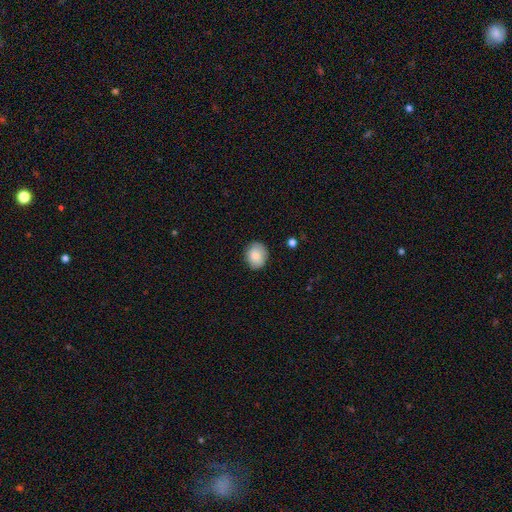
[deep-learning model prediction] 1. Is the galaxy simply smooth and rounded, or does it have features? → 84% smooth, 8% featured or disk, 7% star or artifact.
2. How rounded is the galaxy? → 53% round, 46% in between, 1% cigar-shaped.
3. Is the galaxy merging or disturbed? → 82% none, 14% minor disturbance, 3% major disturbance, 1% merger.